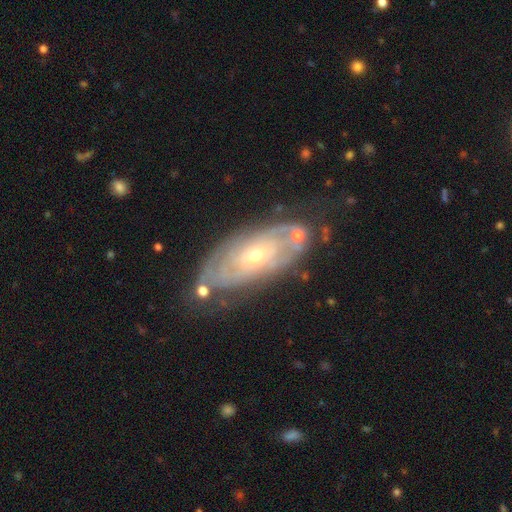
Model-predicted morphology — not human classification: Smooth or featured? featured or disk (78%)
Edge-on disk? no (89%)
Bar? no (78%)
Spiral arms? yes (79%)
Spiral winding? tight (75%)
Spiral arm count? can't tell (59%)
Bulge size? small (59%)
Merging? none (70%)